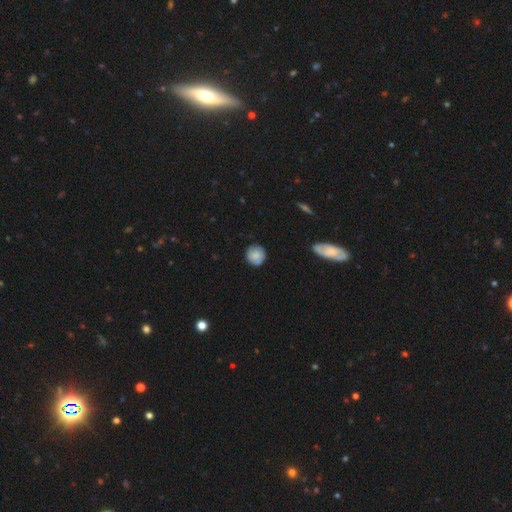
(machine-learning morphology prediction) Smooth or featured: smooth — 79% (featured or disk — 13%)
How rounded: round — 91% (in between — 8%)
Merging: none — 82% (minor disturbance — 14%)